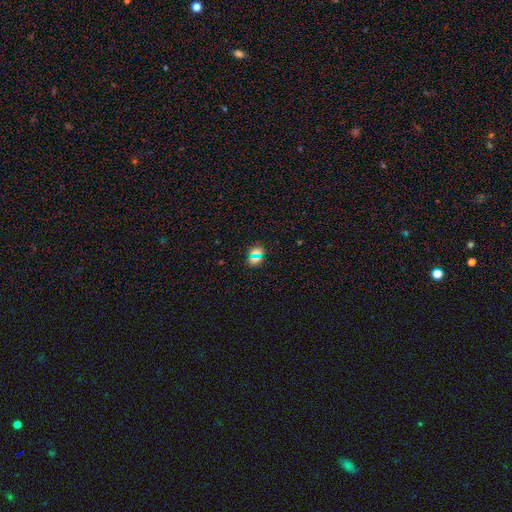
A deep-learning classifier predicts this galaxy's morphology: Smooth or featured?
  - smooth: 49% *
  - star or artifact: 41%
  - featured or disk: 10%
Merging?
  - none: 80% *
  - minor disturbance: 9%
  - merger: 7%
  - major disturbance: 4%